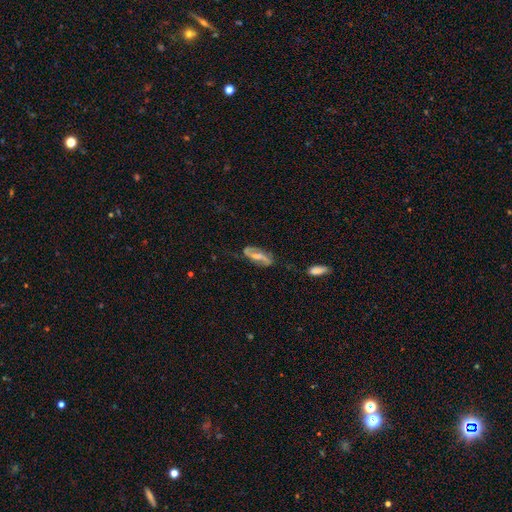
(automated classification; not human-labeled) Smooth or featured? featured or disk (74%)
Edge-on disk? no (91%)
Bar? strong (40%)
Spiral arms? yes (90%)
Spiral winding? loose (41%)
Spiral arm count? 2 (89%)
Bulge size? moderate (37%)
Merging? none (73%)